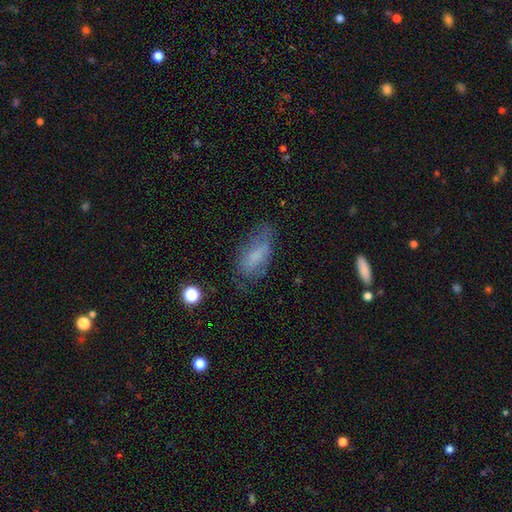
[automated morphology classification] smooth-or-featured: smooth: 63% | featured or disk: 26% | star or artifact: 10%
  how-rounded: in between: 84% | cigar-shaped: 13% | round: 3%
  merging: none: 56% | minor disturbance: 27% | major disturbance: 15% | merger: 2%